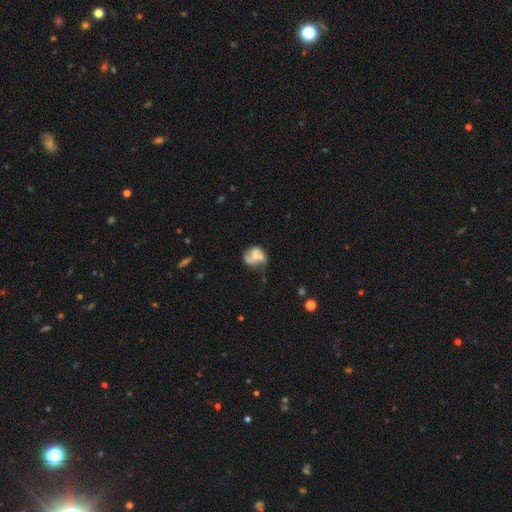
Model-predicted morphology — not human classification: Smooth or featured?
  - featured or disk: 46% *
  - smooth: 44%
  - star or artifact: 10%
Merging?
  - merger: 35% *
  - none: 28%
  - minor disturbance: 19%
  - major disturbance: 18%